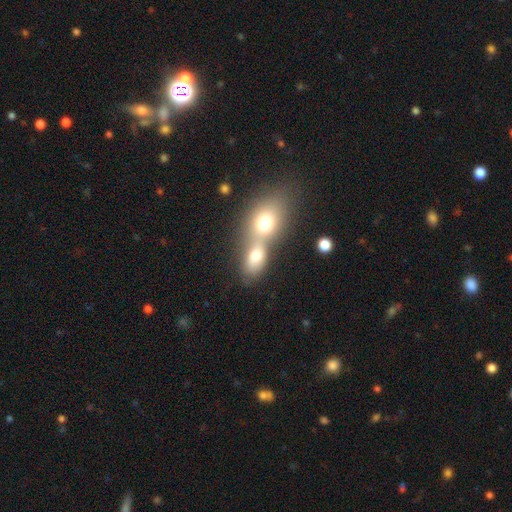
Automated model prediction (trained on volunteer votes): Smooth or featured? smooth (72%)
How rounded? in between (65%)
Merging? merger (68%)